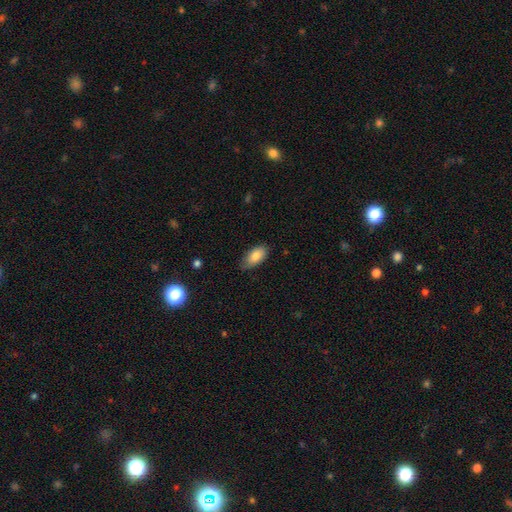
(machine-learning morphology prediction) smooth 84%, featured or disk 10%, star or artifact 7%. Down the decision tree: how rounded — in between (92%); merging — none (72%).